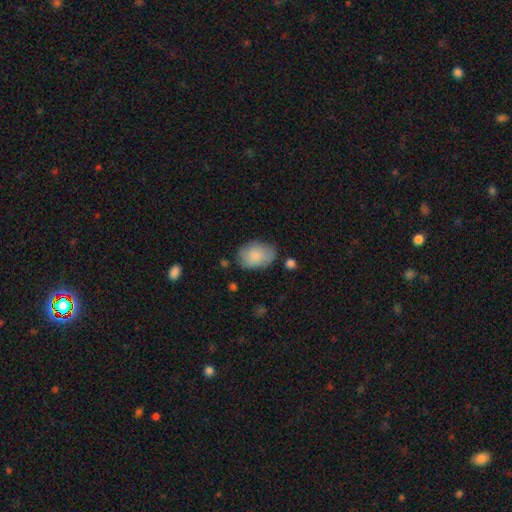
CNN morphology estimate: type=smooth (83%); roundness=in between (82%); merging=none (66%).